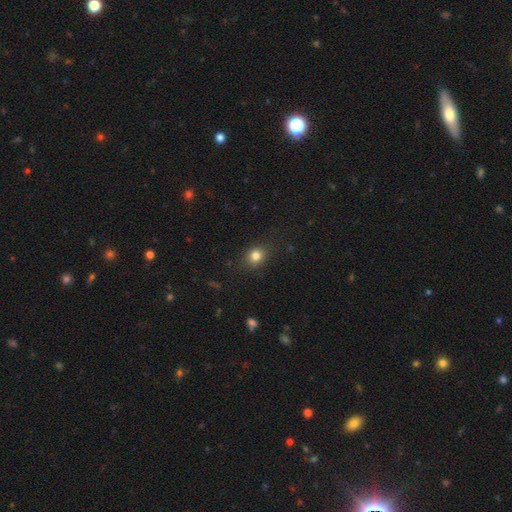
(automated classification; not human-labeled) A smooth galaxy with no disk features (81%) that is round (61%). Merging: none (84%).